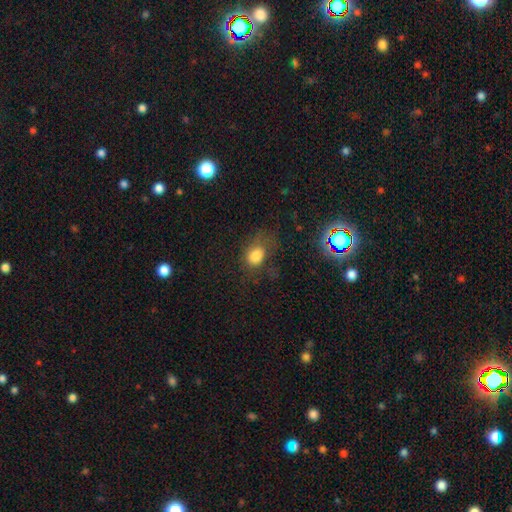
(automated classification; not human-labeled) smooth_or_featured: smooth (p=0.77) [alt: star or artifact p=0.13]
how_rounded: in between (p=0.68) [alt: round p=0.30]
merging: none (p=0.46) [alt: minor disturbance p=0.25]